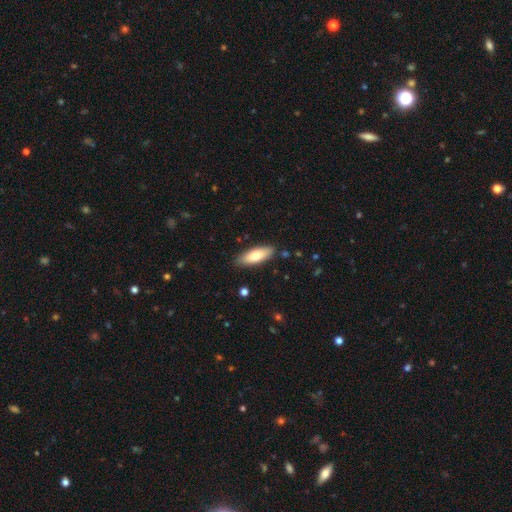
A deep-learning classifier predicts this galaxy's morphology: smooth 76%, featured or disk 18%, star or artifact 6%. Down the decision tree: how rounded — in between (67%); merging — none (86%).